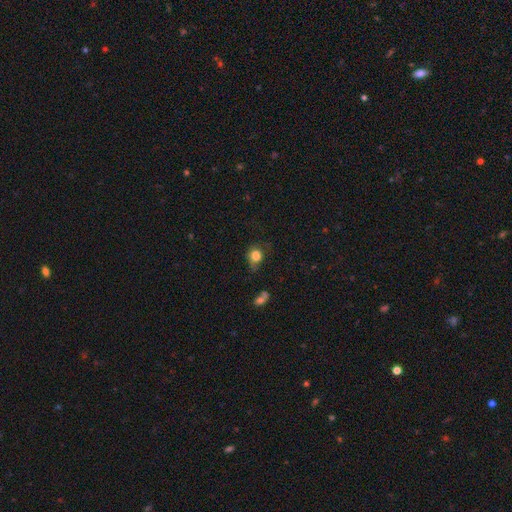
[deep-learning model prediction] Morphology: type=smooth (79%); roundness=round (59%); merging=none (44%).